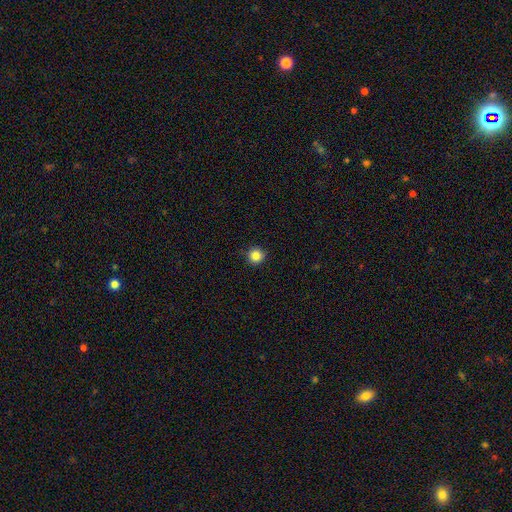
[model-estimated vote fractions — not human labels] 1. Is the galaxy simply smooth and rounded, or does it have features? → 84% smooth, 11% star or artifact, 4% featured or disk.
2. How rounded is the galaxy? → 95% round, 4% in between, 1% cigar-shaped.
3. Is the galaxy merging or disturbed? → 91% none, 6% minor disturbance, 2% major disturbance, 1% merger.